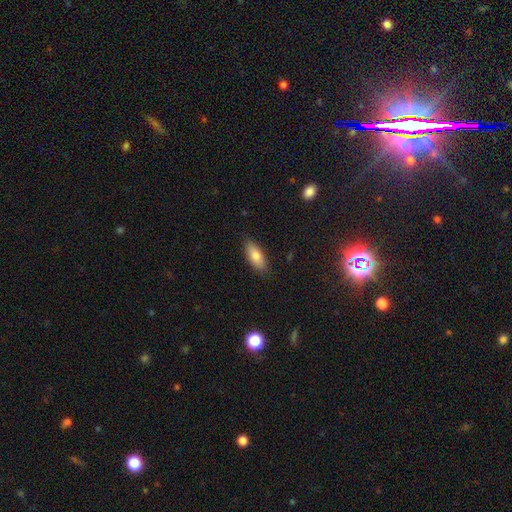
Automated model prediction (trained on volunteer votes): smooth 78%, featured or disk 15%, star or artifact 7%. Down the decision tree: how rounded — in between (81%); merging — none (86%).